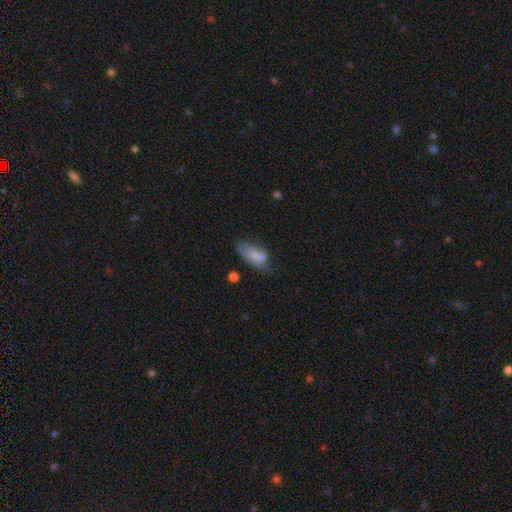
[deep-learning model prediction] Smooth or featured? smooth (68%)
How rounded? in between (81%)
Merging? minor disturbance (34%)